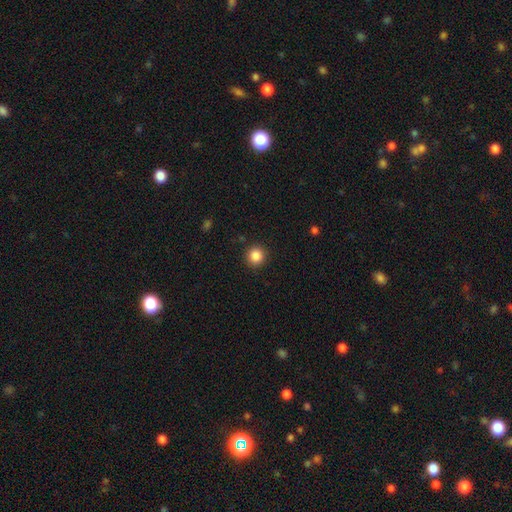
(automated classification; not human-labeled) Morphology: type=smooth (87%); roundness=round (94%); merging=none (91%).